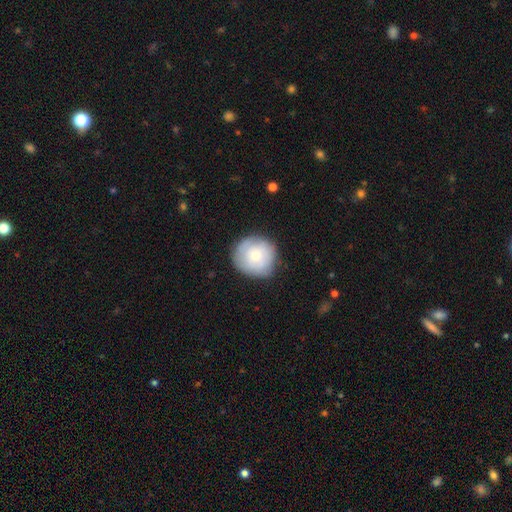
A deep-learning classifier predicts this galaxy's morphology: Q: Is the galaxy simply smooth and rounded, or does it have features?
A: smooth — 67%.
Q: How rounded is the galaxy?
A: round — 90%.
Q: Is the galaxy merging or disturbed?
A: none — 78%.